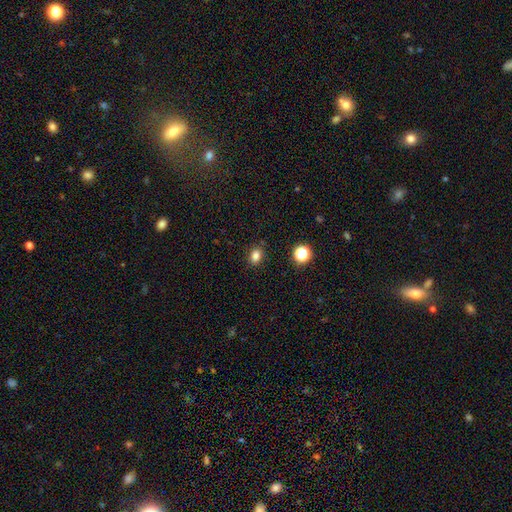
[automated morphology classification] Smooth or featured? smooth (82%)
How rounded? in between (58%)
Merging? none (87%)